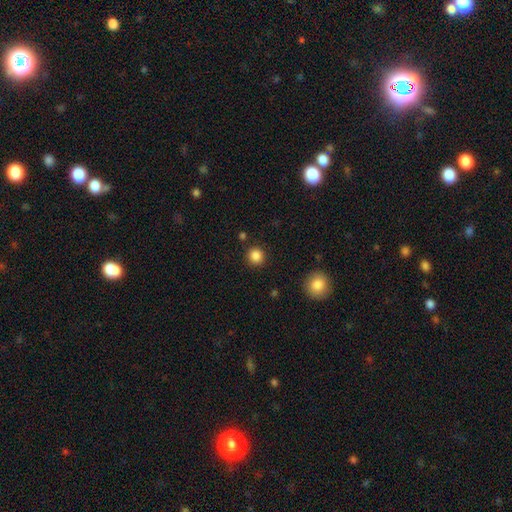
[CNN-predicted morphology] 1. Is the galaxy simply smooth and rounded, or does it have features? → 86% smooth, 11% star or artifact, 3% featured or disk.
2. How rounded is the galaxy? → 92% round, 7% in between, 1% cigar-shaped.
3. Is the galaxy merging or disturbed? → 89% none, 6% minor disturbance, 2% major disturbance, 2% merger.